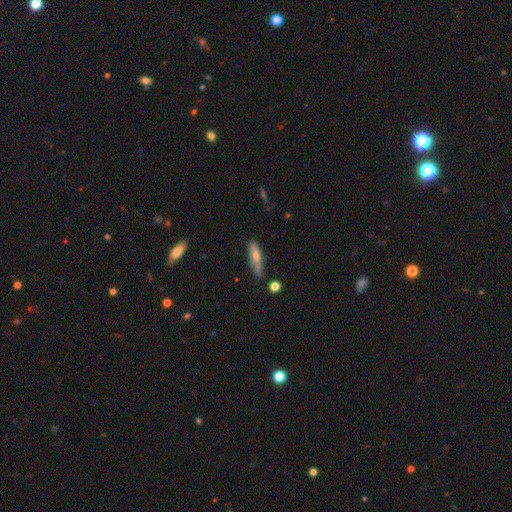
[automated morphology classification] featured or disk 46%, smooth 44%, star or artifact 11%. Down the decision tree: merging — none (75%).